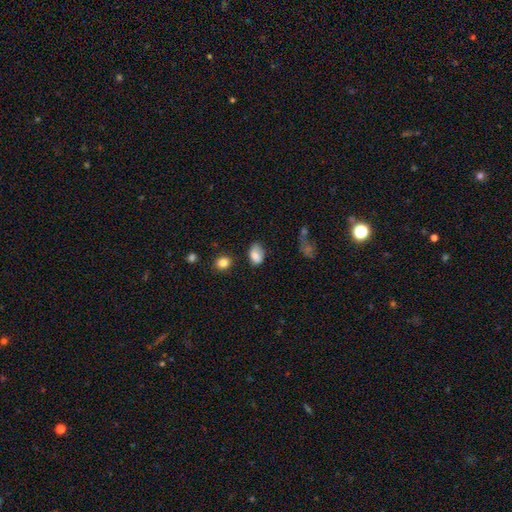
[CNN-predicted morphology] Smooth or featured? smooth (82%)
How rounded? in between (84%)
Merging? none (59%)